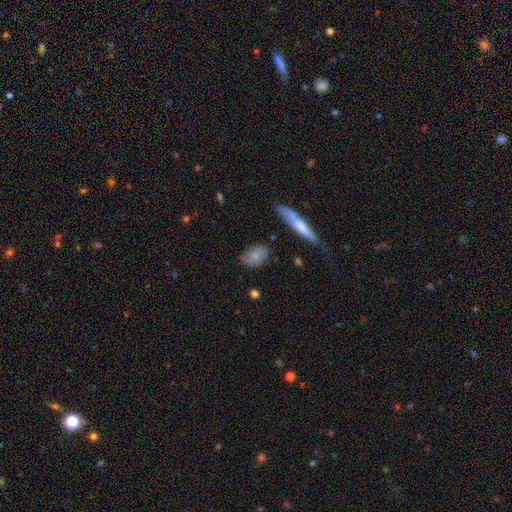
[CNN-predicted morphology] Q: Smooth or featured?
A: smooth (76%); runner-up: featured or disk (17%)
Q: How rounded?
A: in between (85%); runner-up: round (11%)
Q: Merging?
A: none (73%); runner-up: minor disturbance (20%)